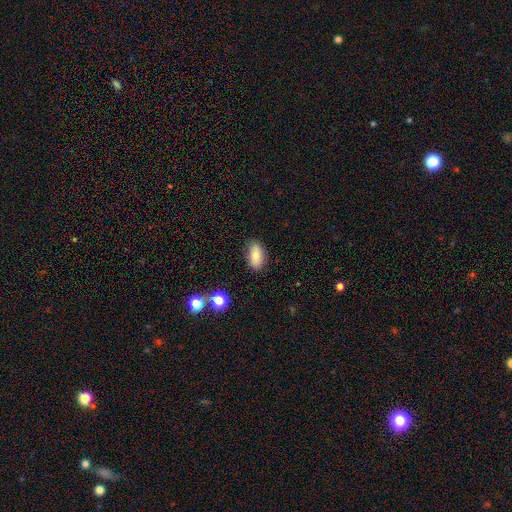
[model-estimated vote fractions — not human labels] A smooth galaxy with no disk features (79%) that is in between round and cigar-shaped (90%).

Vote fractions:
- Smooth or featured? smooth: 79% / featured or disk: 13% / star or artifact: 9%
- How rounded? in between: 90% / cigar-shaped: 5% / round: 5%
- Merging? none: 84% / minor disturbance: 11% / major disturbance: 3% / merger: 2%